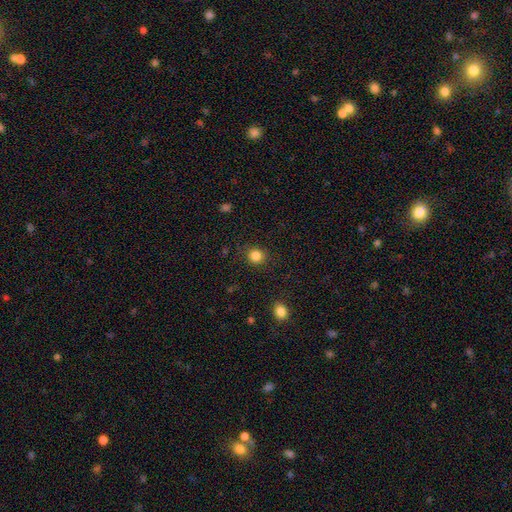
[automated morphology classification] Smooth or featured? Predicted: smooth (p=0.84). How rounded? Predicted: round (p=0.87). Merging? Predicted: none (p=0.87).